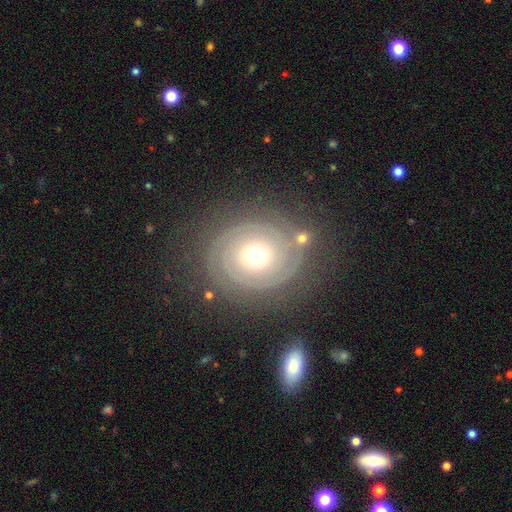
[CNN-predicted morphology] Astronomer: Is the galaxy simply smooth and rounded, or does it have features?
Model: featured or disk — 85%.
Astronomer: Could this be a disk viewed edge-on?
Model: no — 97%.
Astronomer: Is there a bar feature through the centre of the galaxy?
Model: no — 77%.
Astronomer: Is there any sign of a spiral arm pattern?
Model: yes — 95%.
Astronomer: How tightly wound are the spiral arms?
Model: tight — 86%.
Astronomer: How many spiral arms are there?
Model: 2 — 61%.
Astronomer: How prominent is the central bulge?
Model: moderate — 67%.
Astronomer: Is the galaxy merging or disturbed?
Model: none — 81%.